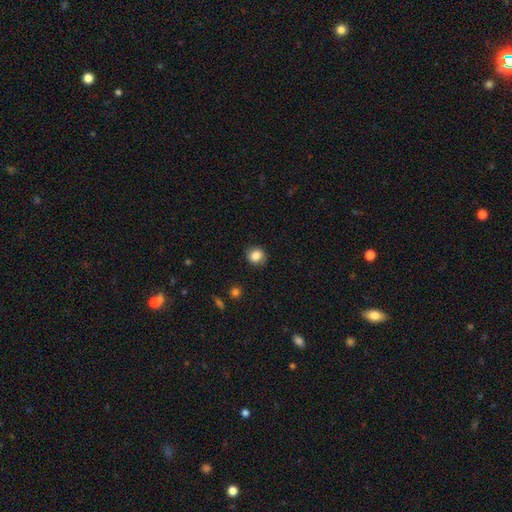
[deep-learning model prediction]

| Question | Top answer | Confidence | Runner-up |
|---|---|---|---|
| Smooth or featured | smooth | 85% | star or artifact (9%) |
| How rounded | round | 81% | in between (19%) |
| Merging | none | 84% | minor disturbance (12%) |